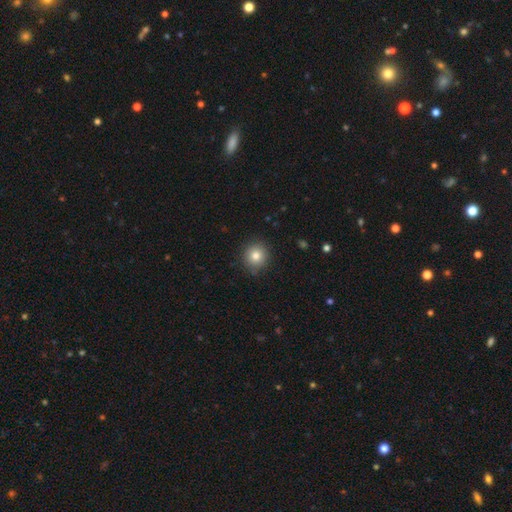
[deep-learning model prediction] This is clearly a smooth galaxy (80%). How rounded: clearly round (92%). Merging: clearly none (88%).